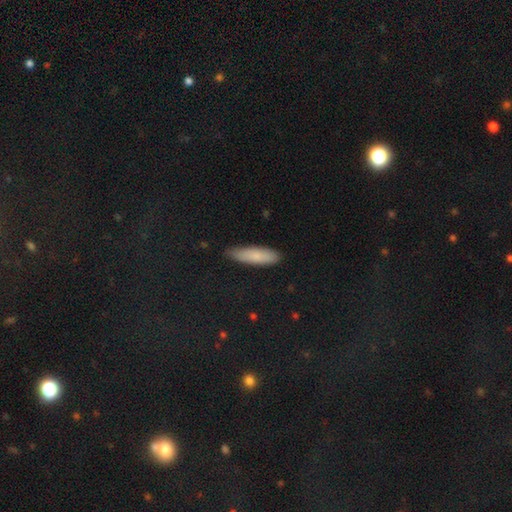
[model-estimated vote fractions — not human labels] smooth 81%, featured or disk 12%, star or artifact 7%. Down the decision tree: how rounded — cigar-shaped (63%); merging — none (76%).